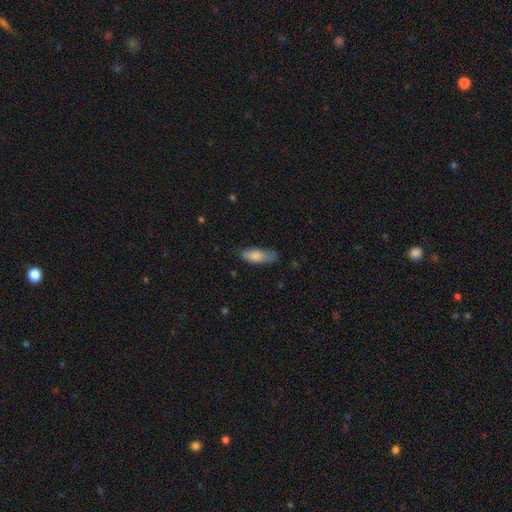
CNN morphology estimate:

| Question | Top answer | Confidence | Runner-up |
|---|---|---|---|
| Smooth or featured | smooth | 80% | featured or disk (14%) |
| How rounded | in between | 69% | cigar-shaped (29%) |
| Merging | none | 58% | minor disturbance (30%) |